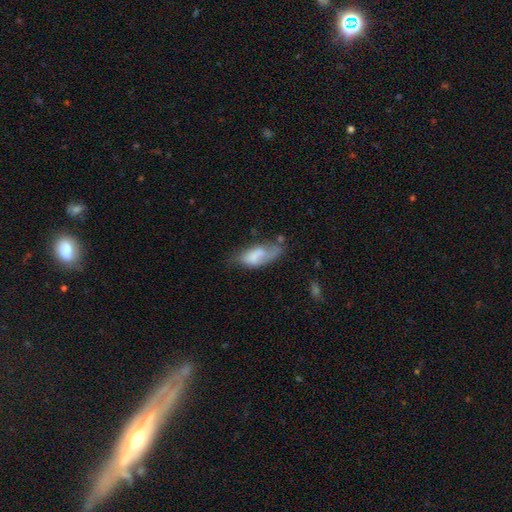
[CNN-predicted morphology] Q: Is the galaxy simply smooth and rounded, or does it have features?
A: smooth — 64%.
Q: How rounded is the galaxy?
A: in between — 83%.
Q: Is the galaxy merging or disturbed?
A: none — 38%.